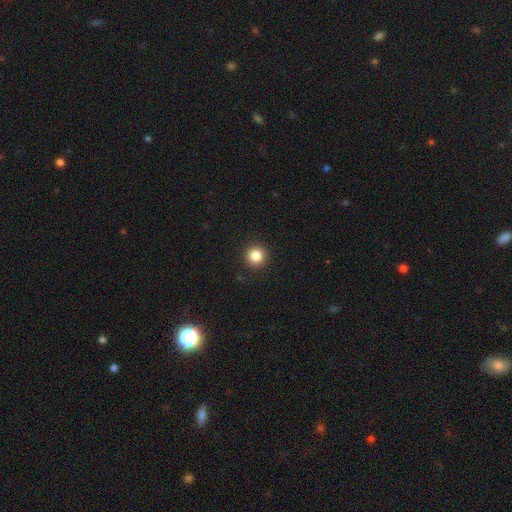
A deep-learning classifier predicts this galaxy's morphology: type=smooth (85%); roundness=round (95%); merging=none (93%).